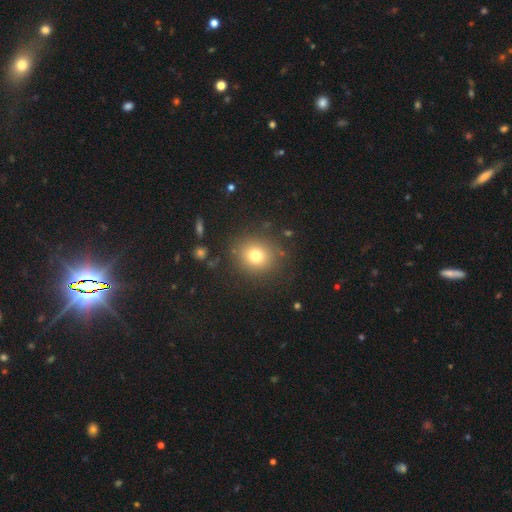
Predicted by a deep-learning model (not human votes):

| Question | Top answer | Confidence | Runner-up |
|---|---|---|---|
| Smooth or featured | smooth | 75% | star or artifact (15%) |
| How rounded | round | 84% | in between (15%) |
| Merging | none | 87% | minor disturbance (8%) |